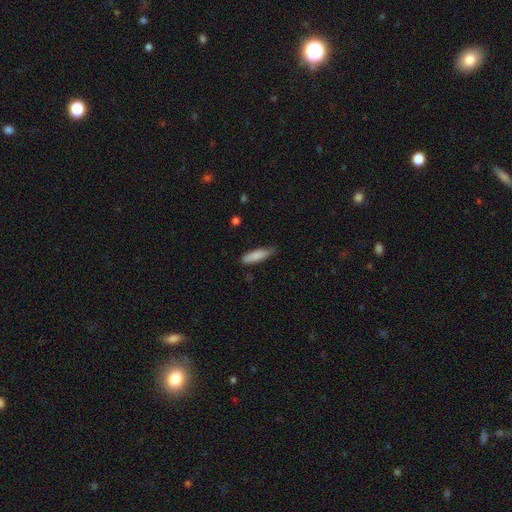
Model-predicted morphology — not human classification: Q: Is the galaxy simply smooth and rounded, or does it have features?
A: smooth — 85%.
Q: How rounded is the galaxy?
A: cigar-shaped — 62%.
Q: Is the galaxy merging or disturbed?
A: none — 73%.